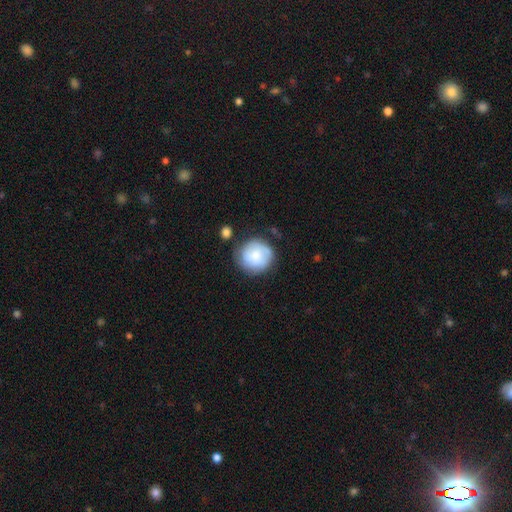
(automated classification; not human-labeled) Smooth or featured: smooth — 67% (featured or disk — 26%)
How rounded: round — 90% (in between — 9%)
Merging: none — 70% (minor disturbance — 19%)